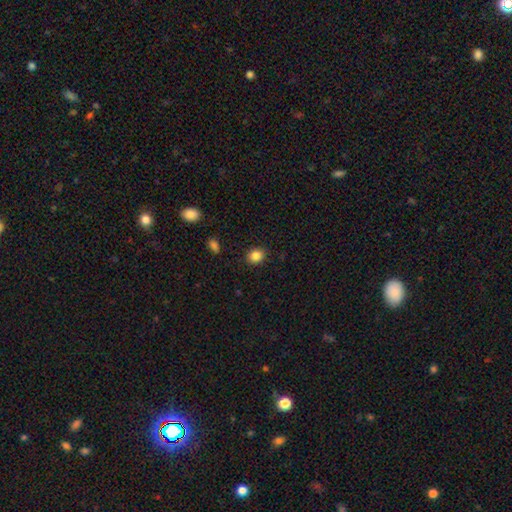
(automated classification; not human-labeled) Morphology: type=smooth (85%); roundness=round (67%); merging=none (89%).